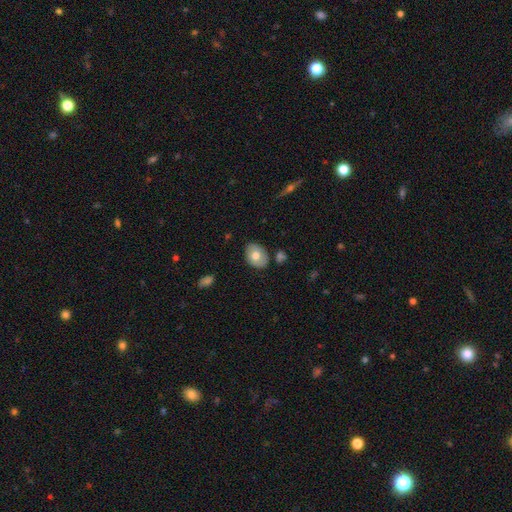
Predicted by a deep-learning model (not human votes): smooth 70%, featured or disk 23%, star or artifact 7%. Down the decision tree: how rounded — in between (71%); merging — none (81%).